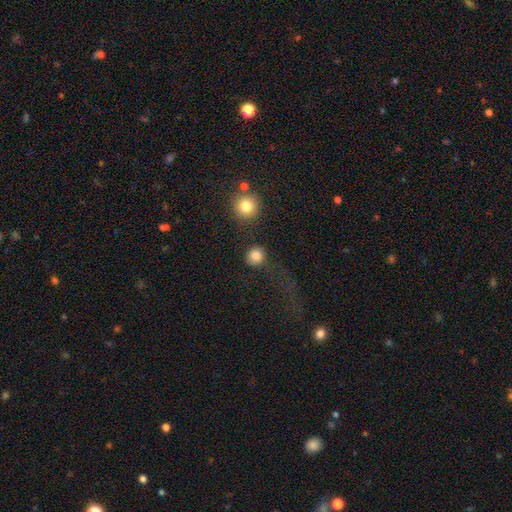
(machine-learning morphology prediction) Smooth or featured?
  - smooth: 84% *
  - star or artifact: 11%
  - featured or disk: 5%
How rounded?
  - round: 93% *
  - in between: 6%
  - cigar-shaped: 1%
Merging?
  - none: 71% *
  - minor disturbance: 10%
  - major disturbance: 10%
  - merger: 8%